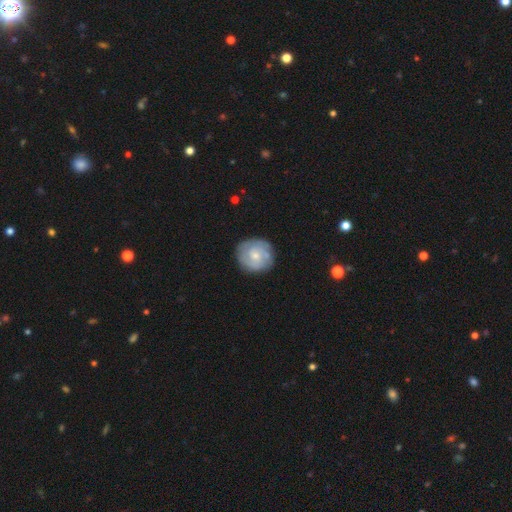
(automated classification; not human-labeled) smooth_or_featured: featured or disk (p=0.59) [alt: smooth p=0.35]
disk_edge_on: no (p=0.98) [alt: yes p=0.02]
bar: no (p=0.72) [alt: weak p=0.25]
has_spiral_arms: yes (p=0.82) [alt: no p=0.18]
bulge_size: small (p=0.58) [alt: moderate p=0.37]
merging: none (p=0.81) [alt: minor disturbance p=0.14]